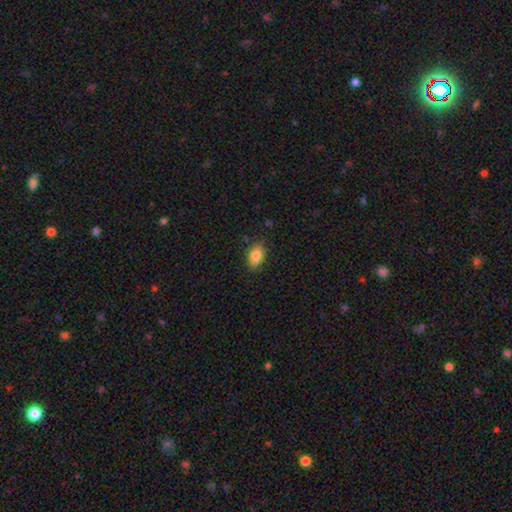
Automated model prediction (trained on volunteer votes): A smooth galaxy with no disk features (83%) that is in between round and cigar-shaped (87%).

Vote fractions:
- Smooth or featured? smooth: 83% / featured or disk: 8% / star or artifact: 8%
- How rounded? in between: 87% / round: 11% / cigar-shaped: 2%
- Merging? none: 84% / minor disturbance: 12% / major disturbance: 2% / merger: 1%